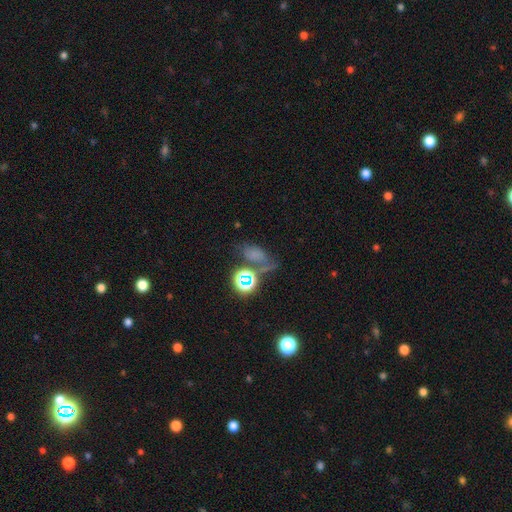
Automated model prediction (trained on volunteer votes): This appears to be a smooth galaxy with no disk features (45%). Merging: none (46%).